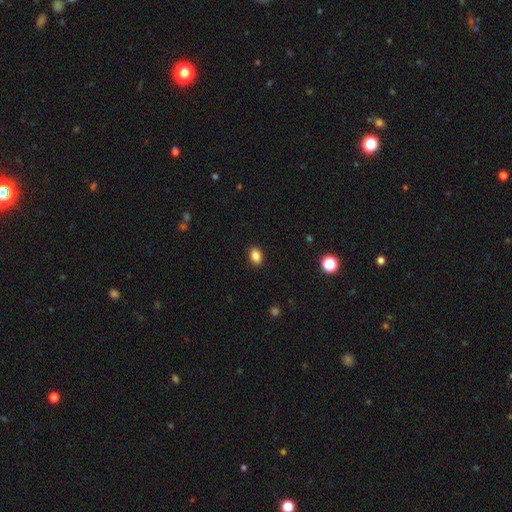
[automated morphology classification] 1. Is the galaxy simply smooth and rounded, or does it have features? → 85% smooth, 10% star or artifact, 5% featured or disk.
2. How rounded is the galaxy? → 72% in between, 27% round, 1% cigar-shaped.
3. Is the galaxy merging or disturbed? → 90% none, 7% minor disturbance, 2% major disturbance, 1% merger.